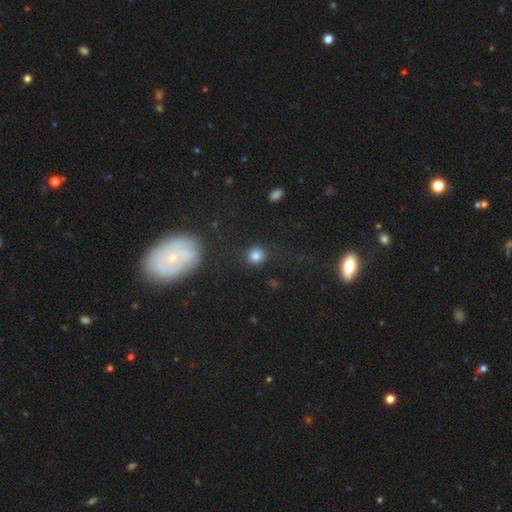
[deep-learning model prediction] This is clearly a smooth galaxy (82%). How rounded: clearly round (88%). Merging: clearly none (87%).